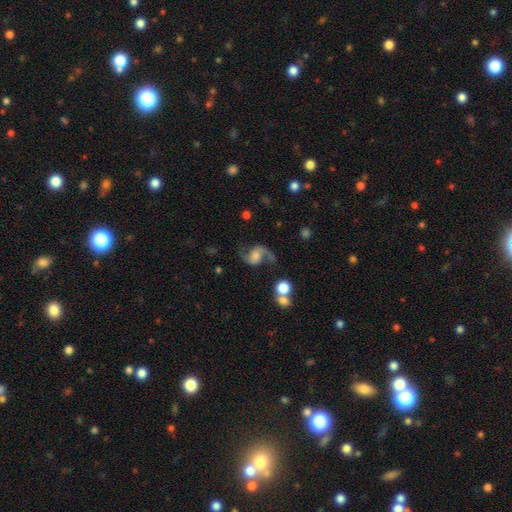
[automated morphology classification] Smooth or featured: featured or disk — 85% (smooth — 9%)
Edge-on disk: no — 98% (yes — 2%)
Bar: no — 55% (weak — 35%)
Spiral arms: yes — 96% (no — 4%)
Spiral winding: loose — 72% (medium — 24%)
Spiral arm count: 2 — 92% (1 — 4%)
Bulge size: moderate — 36% (small — 27%)
Merging: none — 67% (minor disturbance — 16%)